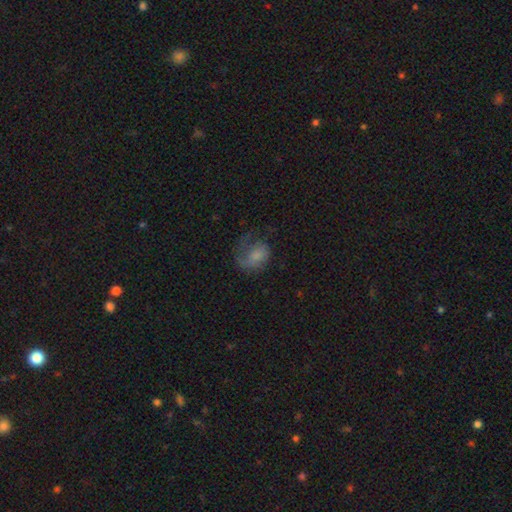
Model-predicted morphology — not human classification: type=smooth (48%); merging=major disturbance (40%).